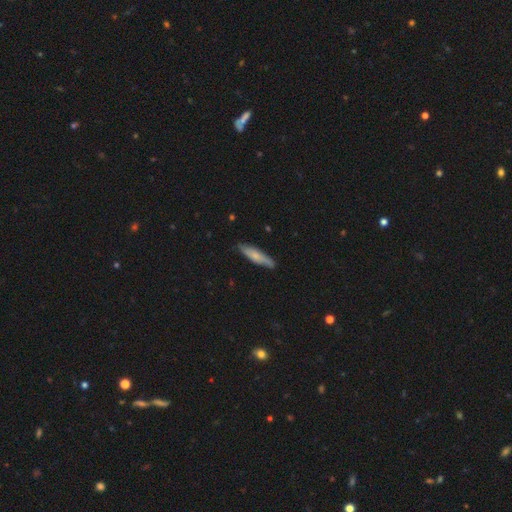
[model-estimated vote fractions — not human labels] Smooth or featured? Predicted: smooth (p=0.65). How rounded? Predicted: cigar-shaped (p=0.80). Merging? Predicted: none (p=0.83).